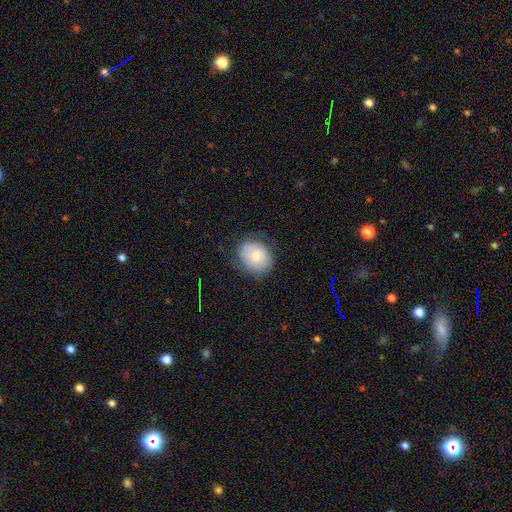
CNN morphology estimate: Smooth or featured? Predicted: smooth (p=0.74). How rounded? Predicted: round (p=0.56). Merging? Predicted: none (p=0.71).